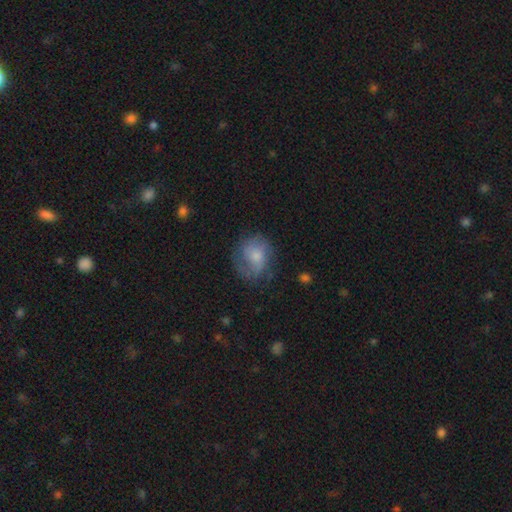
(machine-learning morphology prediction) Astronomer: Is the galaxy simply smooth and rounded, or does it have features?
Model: smooth — 49% (runner-up: featured or disk, 41%).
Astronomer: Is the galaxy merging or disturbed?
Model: none — 63%.